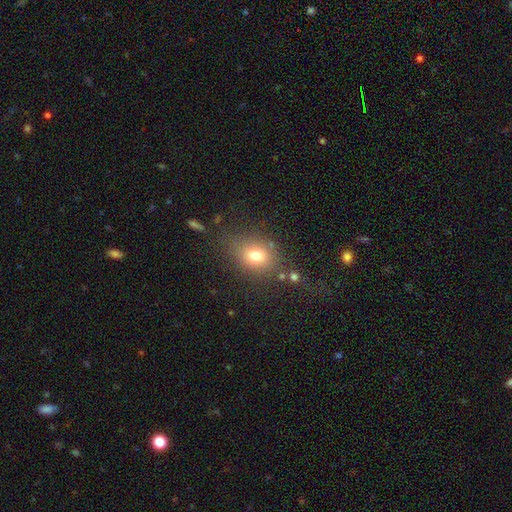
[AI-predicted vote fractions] Overall: smooth (74%). How rounded: in between (51%; round 48%). Merging: none (74%).